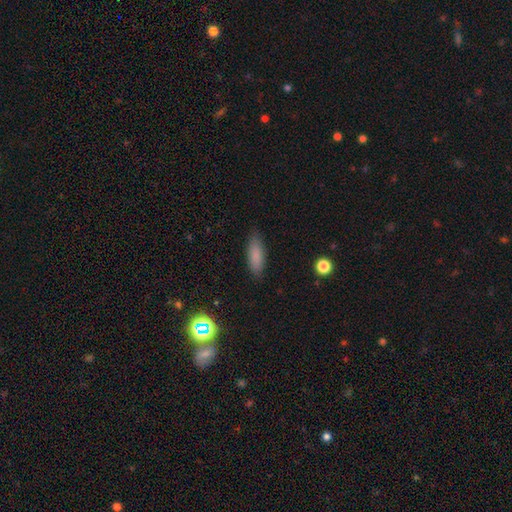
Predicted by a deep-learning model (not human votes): A smooth galaxy with no disk features (84%) that is in between round and cigar-shaped (60%).

Vote fractions:
- Smooth or featured? smooth: 84% / featured or disk: 8% / star or artifact: 8%
- How rounded? in between: 60% / cigar-shaped: 37% / round: 2%
- Merging? none: 85% / minor disturbance: 11% / major disturbance: 2% / merger: 1%